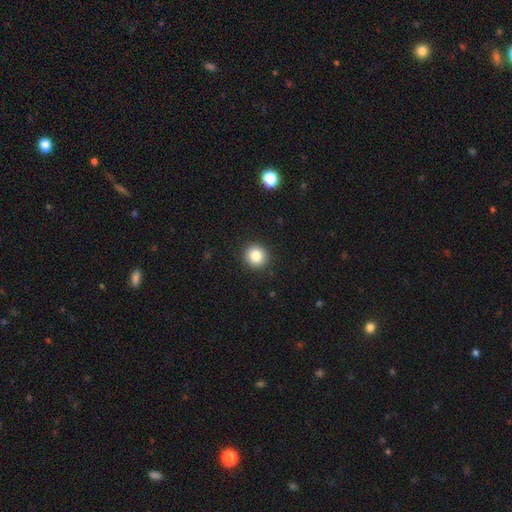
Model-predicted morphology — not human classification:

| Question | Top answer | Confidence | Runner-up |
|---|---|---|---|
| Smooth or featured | smooth | 84% | star or artifact (10%) |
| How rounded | round | 92% | in between (7%) |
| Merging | none | 92% | minor disturbance (5%) |